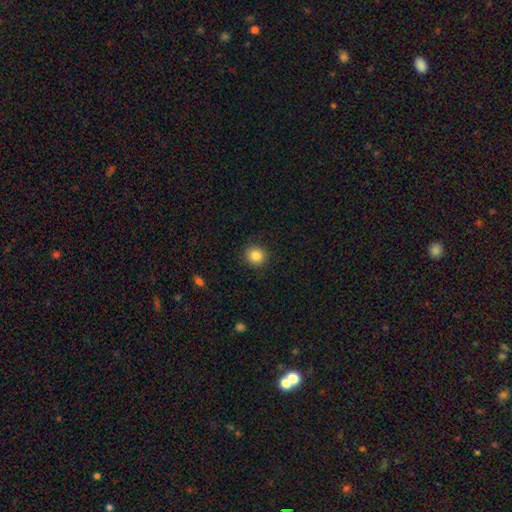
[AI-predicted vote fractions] Smooth or featured? smooth (85%)
How rounded? round (91%)
Merging? none (89%)